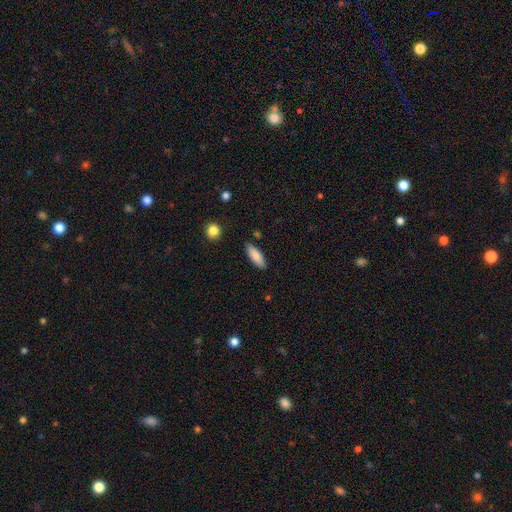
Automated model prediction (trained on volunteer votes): Morphology: type=smooth (85%); roundness=in between (64%); merging=none (86%).